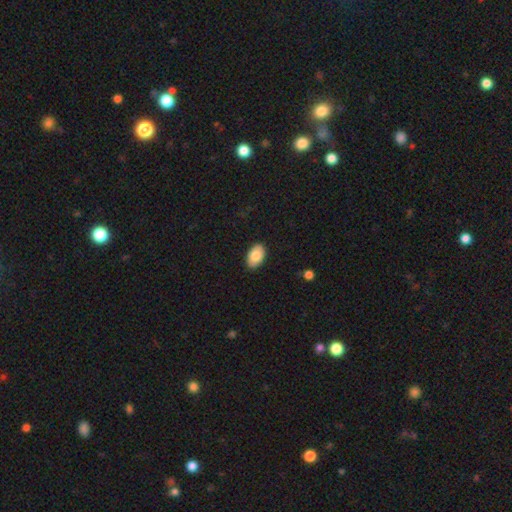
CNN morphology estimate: Smooth or featured? smooth (84%)
How rounded? in between (93%)
Merging? none (88%)